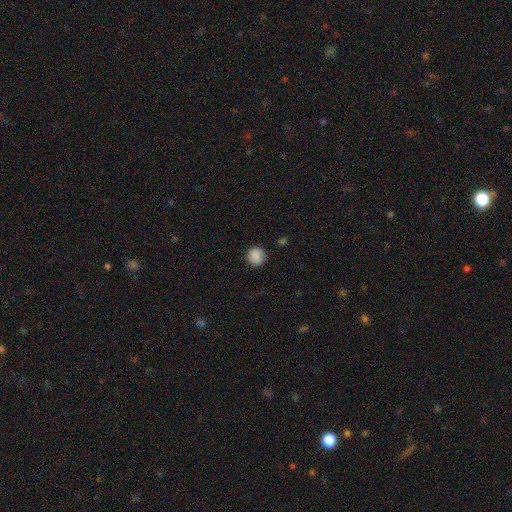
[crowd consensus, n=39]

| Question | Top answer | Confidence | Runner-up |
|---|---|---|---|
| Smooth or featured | smooth | 90% | star or artifact (8%) |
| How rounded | round | 100% | — |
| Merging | none | 89% | minor disturbance (8%) |